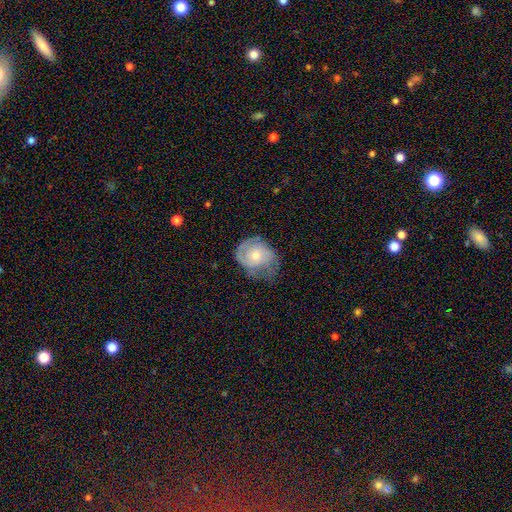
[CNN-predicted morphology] A featured or disk galaxy (54%) with no bar (79%), spiral arms (73%) and a moderate central bulge (50%). Merging: none (40%).